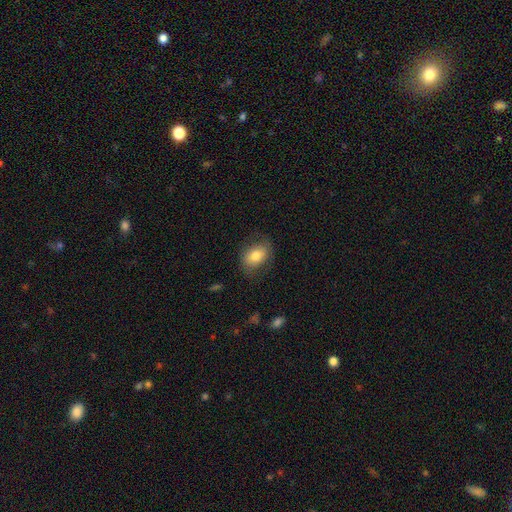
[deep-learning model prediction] Morphology: type=smooth (75%); roundness=in between (76%); merging=none (74%).